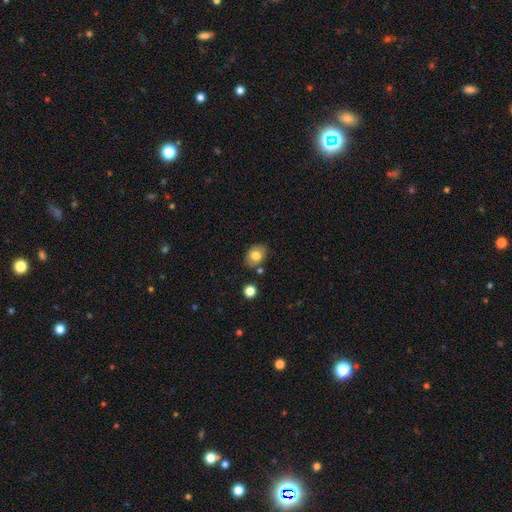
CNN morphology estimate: Q: Smooth or featured?
A: smooth (77%); runner-up: featured or disk (14%)
Q: How rounded?
A: in between (63%); runner-up: round (36%)
Q: Merging?
A: none (78%); runner-up: minor disturbance (12%)